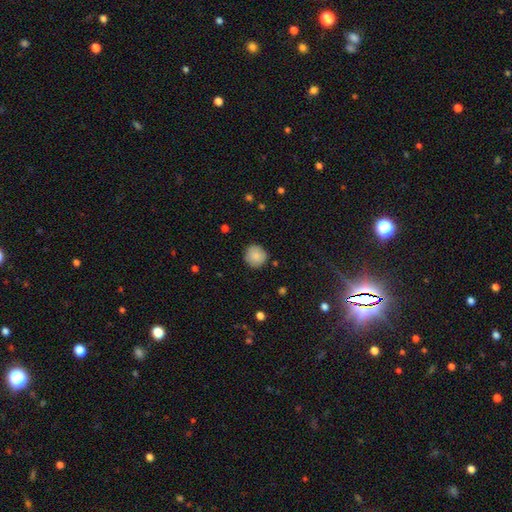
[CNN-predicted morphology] smooth_or_featured: smooth (p=0.86) [alt: star or artifact p=0.08]
how_rounded: round (p=0.94) [alt: in between p=0.05]
merging: none (p=0.88) [alt: minor disturbance p=0.09]